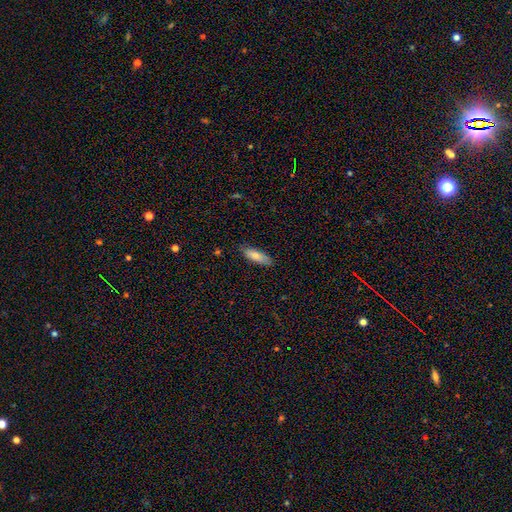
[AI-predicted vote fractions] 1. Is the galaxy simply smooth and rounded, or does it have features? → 78% smooth, 16% featured or disk, 6% star or artifact.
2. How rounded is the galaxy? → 59% in between, 39% cigar-shaped, 2% round.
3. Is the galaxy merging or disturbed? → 83% none, 13% minor disturbance, 2% major disturbance, 1% merger.